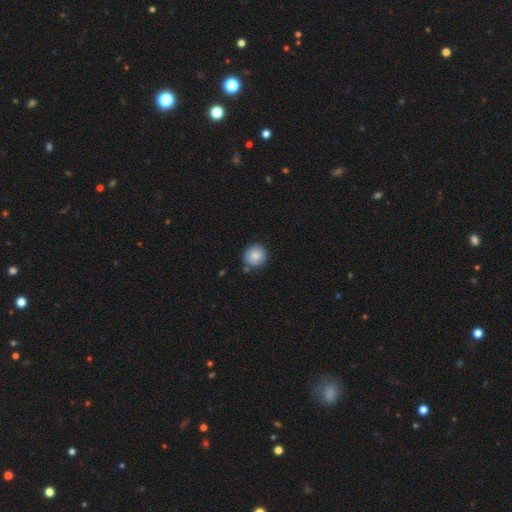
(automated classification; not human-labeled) A smooth galaxy with no disk features (86%) that is round (90%). Merging: none (84%).